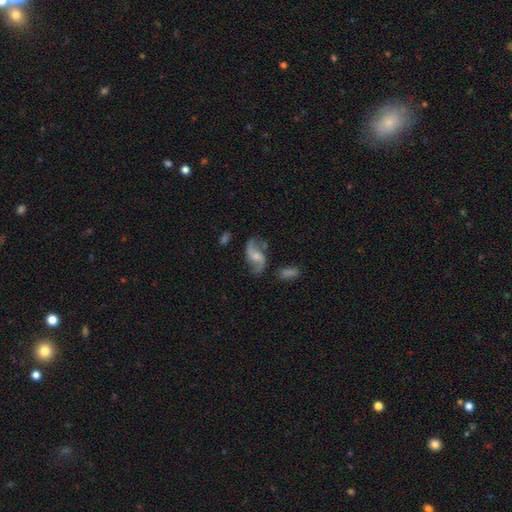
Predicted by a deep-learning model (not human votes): Smooth or featured: featured or disk — 79% (smooth — 14%)
Edge-on disk: no — 96% (yes — 4%)
Bar: no — 46% (weak — 42%)
Spiral arms: yes — 94% (no — 6%)
Spiral winding: loose — 75% (medium — 20%)
Spiral arm count: 2 — 92% (can't tell — 3%)
Bulge size: moderate — 41% (small — 38%)
Merging: none — 67% (minor disturbance — 18%)